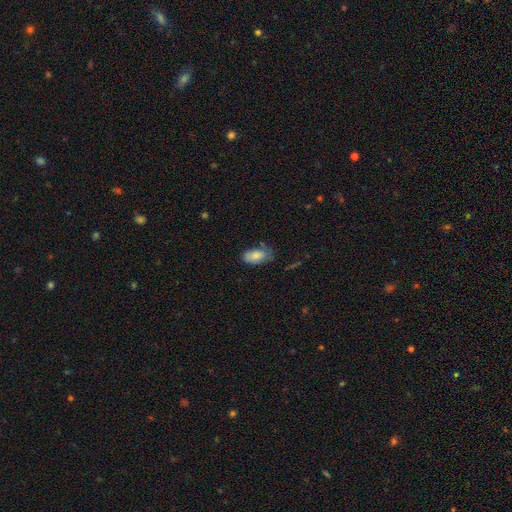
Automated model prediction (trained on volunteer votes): Overall: smooth (82%). How rounded: in between (93%). Merging: none (59%; minor disturbance 29%).